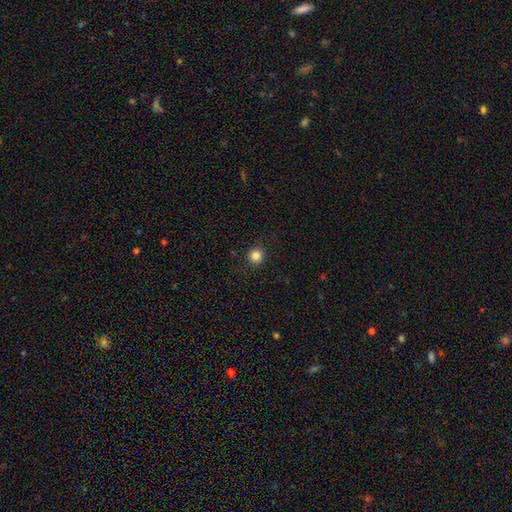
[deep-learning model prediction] smooth_or_featured: smooth (p=0.84) [alt: star or artifact p=0.12]
how_rounded: round (p=0.93) [alt: in between p=0.06]
merging: none (p=0.91) [alt: minor disturbance p=0.06]